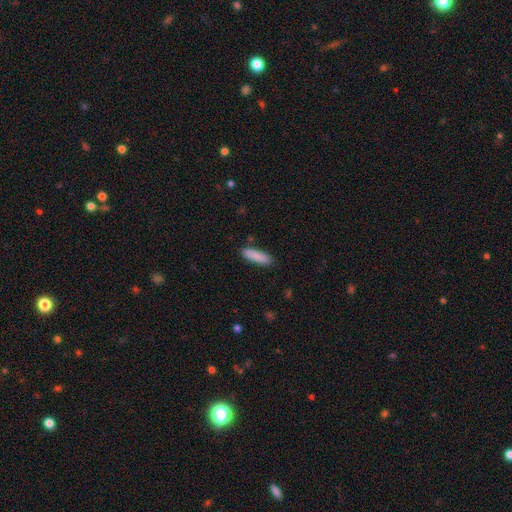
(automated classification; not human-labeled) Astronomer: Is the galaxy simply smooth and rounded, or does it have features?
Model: smooth — 88%.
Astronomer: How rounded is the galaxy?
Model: cigar-shaped — 61% (runner-up: in between, 37%).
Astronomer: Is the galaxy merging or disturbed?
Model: none — 87%.